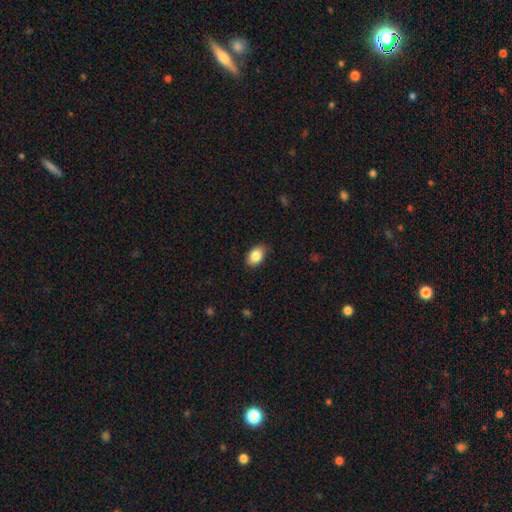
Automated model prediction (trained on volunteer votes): smooth_or_featured: smooth (p=0.86) [alt: star or artifact p=0.07]
how_rounded: in between (p=0.87) [alt: round p=0.12]
merging: none (p=0.84) [alt: minor disturbance p=0.13]